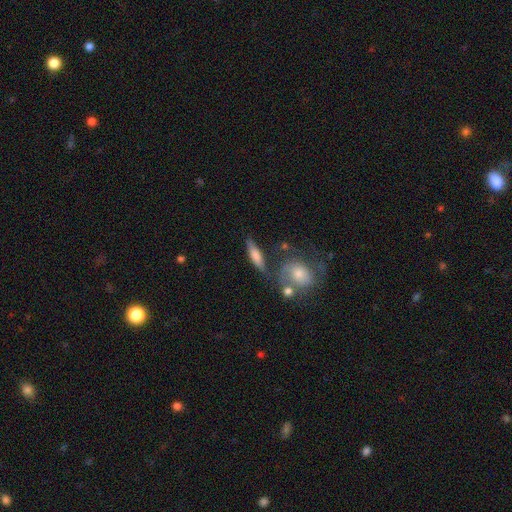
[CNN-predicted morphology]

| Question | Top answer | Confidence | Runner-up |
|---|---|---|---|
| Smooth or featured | smooth | 67% | featured or disk (26%) |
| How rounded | cigar-shaped | 63% | in between (33%) |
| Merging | none | 65% | minor disturbance (18%) |